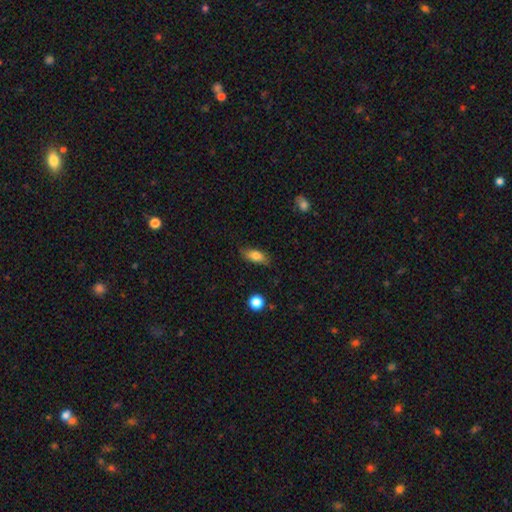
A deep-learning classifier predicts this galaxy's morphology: smooth_or_featured: smooth (p=0.77) [alt: featured or disk p=0.15]
how_rounded: in between (p=0.79) [alt: cigar-shaped p=0.16]
merging: none (p=0.79) [alt: minor disturbance p=0.16]